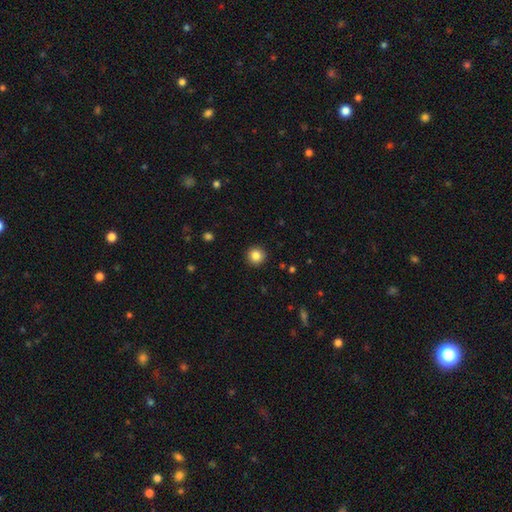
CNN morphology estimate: This is clearly a smooth galaxy (85%). How rounded: clearly round (94%). Merging: clearly none (92%).